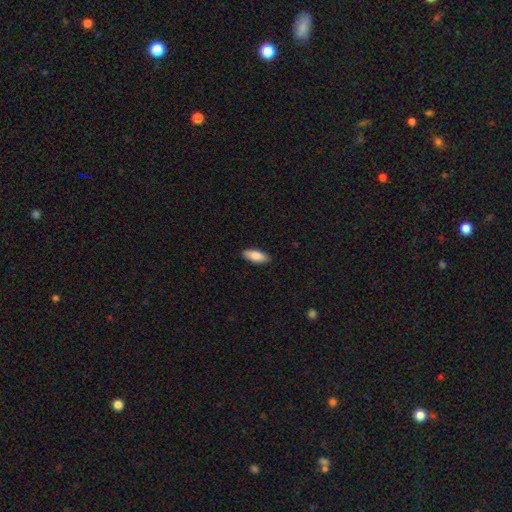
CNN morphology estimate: The model was most divided on "how rounded": in between: 79%, cigar-shaped: 19%, round: 2%. More confident: merging — none (89%); smooth or featured — smooth (88%).